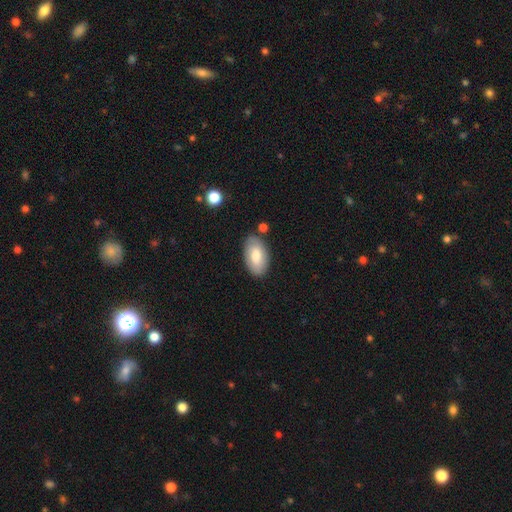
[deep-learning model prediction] Smooth or featured?
  - smooth: 74% *
  - featured or disk: 20%
  - star or artifact: 6%
How rounded?
  - in between: 95% *
  - round: 3%
  - cigar-shaped: 2%
Merging?
  - none: 79% *
  - minor disturbance: 14%
  - merger: 5%
  - major disturbance: 3%